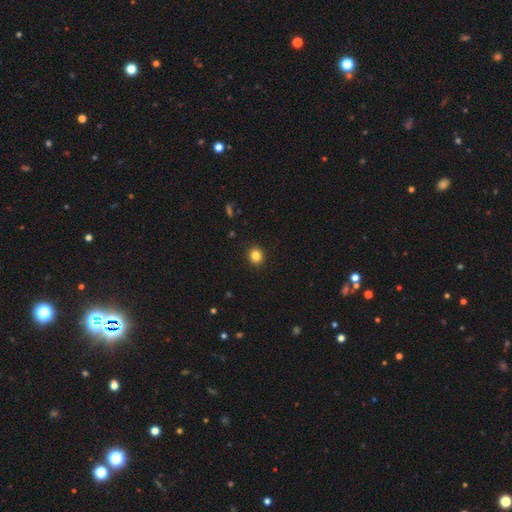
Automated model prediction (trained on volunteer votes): The model was most divided on "how rounded": round: 75%, in between: 24%, cigar-shaped: 1%. More confident: merging — none (92%); smooth or featured — smooth (84%).